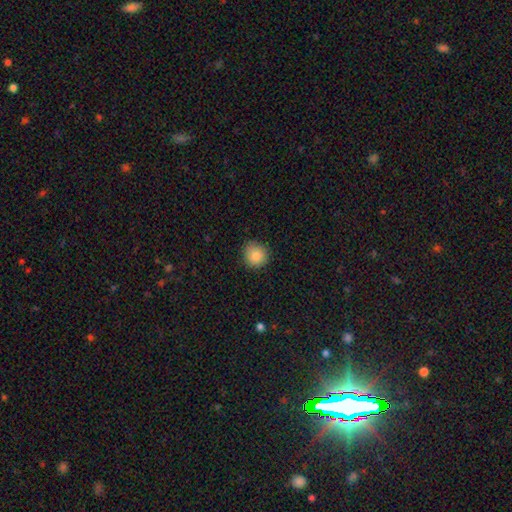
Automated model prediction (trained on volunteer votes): smooth-or-featured: smooth: 86% | star or artifact: 9% | featured or disk: 5%
  how-rounded: round: 91% | in between: 8% | cigar-shaped: 1%
  merging: none: 85% | minor disturbance: 12% | major disturbance: 2% | merger: 1%